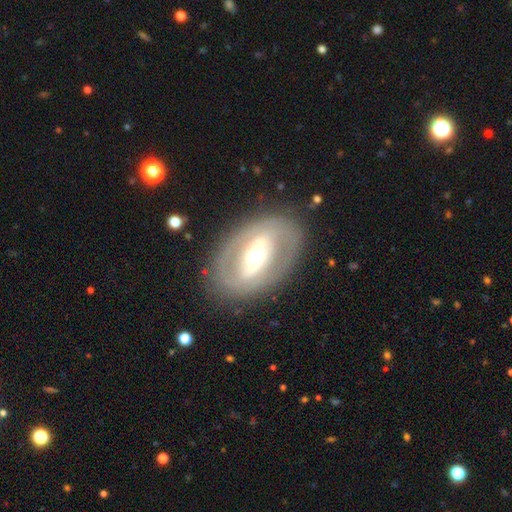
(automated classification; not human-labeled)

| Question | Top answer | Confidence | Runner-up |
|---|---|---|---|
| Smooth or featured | featured or disk | 72% | smooth (22%) |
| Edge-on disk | no | 92% | yes (8%) |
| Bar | strong | 46% | weak (31%) |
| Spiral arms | no | 53% | yes (47%) |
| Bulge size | moderate | 63% | small (20%) |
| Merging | none | 81% | minor disturbance (11%) |